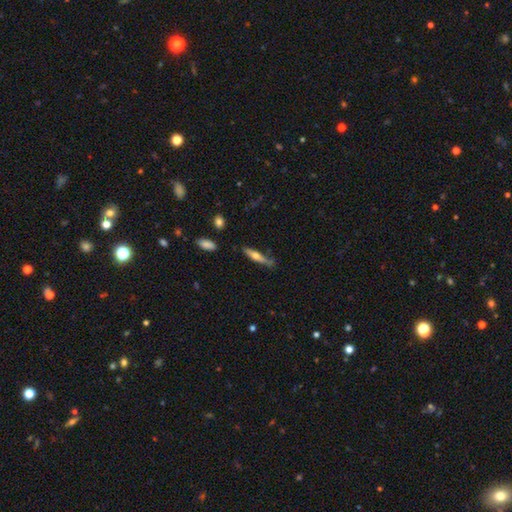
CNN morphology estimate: Smooth or featured? Predicted: featured or disk (p=0.48). Merging? Predicted: none (p=0.70).